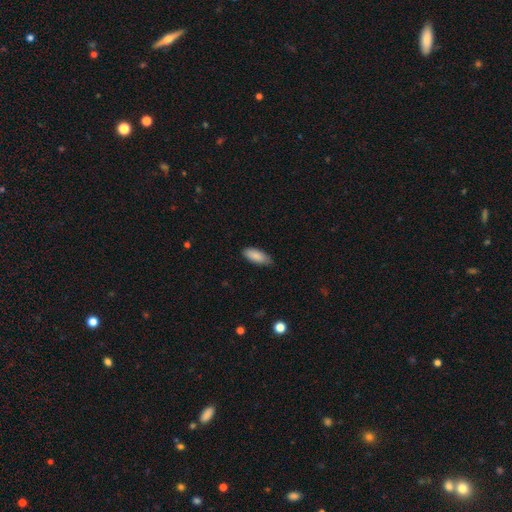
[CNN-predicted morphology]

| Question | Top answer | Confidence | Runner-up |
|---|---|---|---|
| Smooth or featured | smooth | 88% | featured or disk (6%) |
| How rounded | in between | 79% | cigar-shaped (19%) |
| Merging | none | 75% | minor disturbance (22%) |